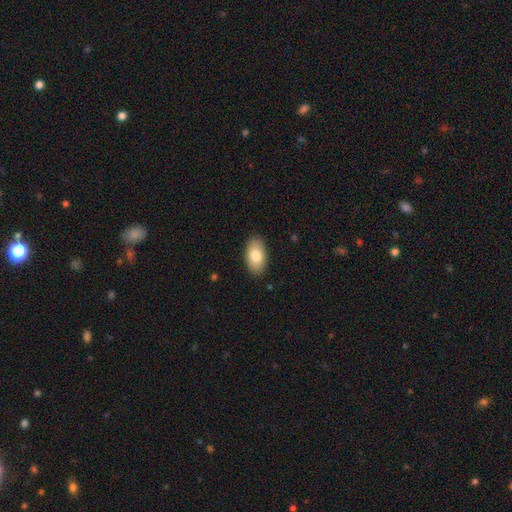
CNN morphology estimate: Smooth or featured?
  - smooth: 80% *
  - featured or disk: 14%
  - star or artifact: 6%
How rounded?
  - in between: 94% *
  - round: 4%
  - cigar-shaped: 2%
Merging?
  - none: 88% *
  - minor disturbance: 9%
  - major disturbance: 2%
  - merger: 1%